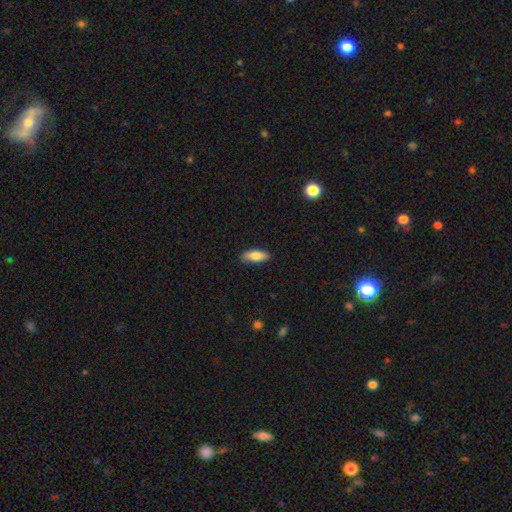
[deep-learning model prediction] Smooth or featured: smooth — 79% (featured or disk — 14%)
How rounded: in between — 74% (cigar-shaped — 24%)
Merging: none — 87% (minor disturbance — 10%)